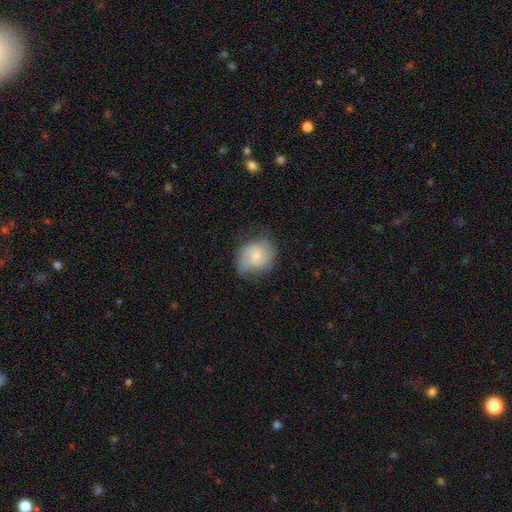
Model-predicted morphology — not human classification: This is possibly a smooth galaxy (49%). Merging: likely none (63%).